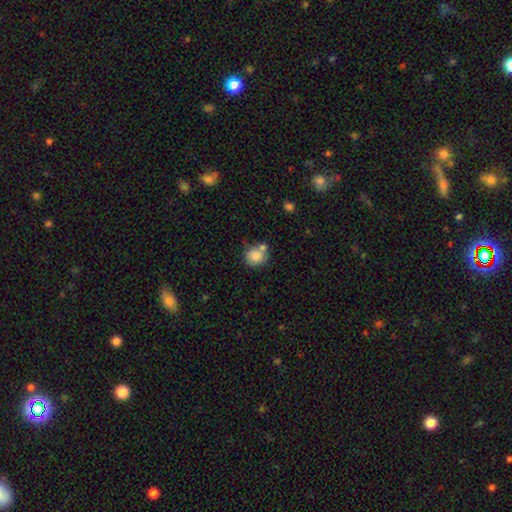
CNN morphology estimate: Smooth or featured? Predicted: smooth (p=0.83). How rounded? Predicted: round (p=0.82). Merging? Predicted: none (p=0.58).